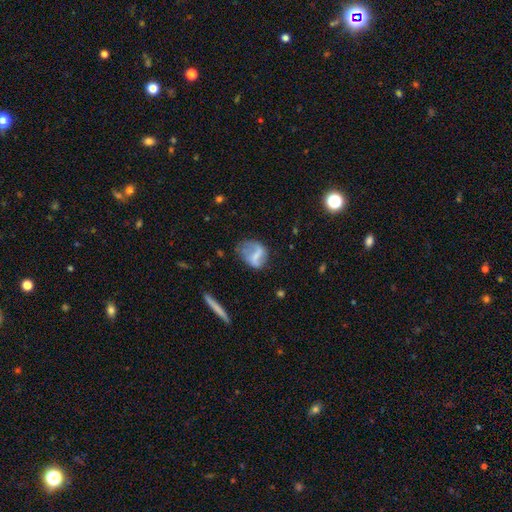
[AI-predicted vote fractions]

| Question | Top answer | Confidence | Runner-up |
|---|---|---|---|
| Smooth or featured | featured or disk | 48% | smooth (43%) |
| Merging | none | 40% | minor disturbance (28%) |